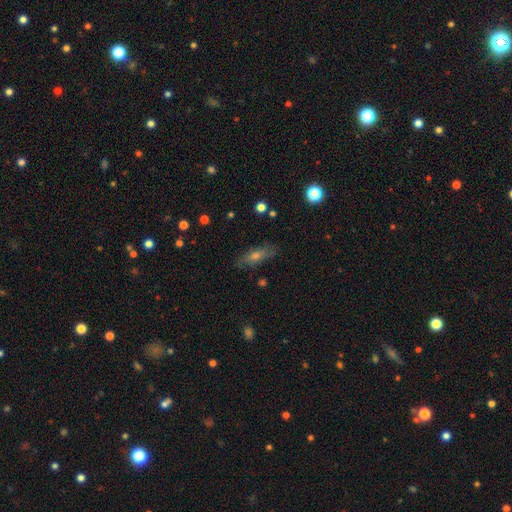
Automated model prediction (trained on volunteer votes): smooth-or-featured: smooth: 47% | featured or disk: 40% | star or artifact: 14%
  merging: none: 81% | minor disturbance: 14% | major disturbance: 4% | merger: 2%